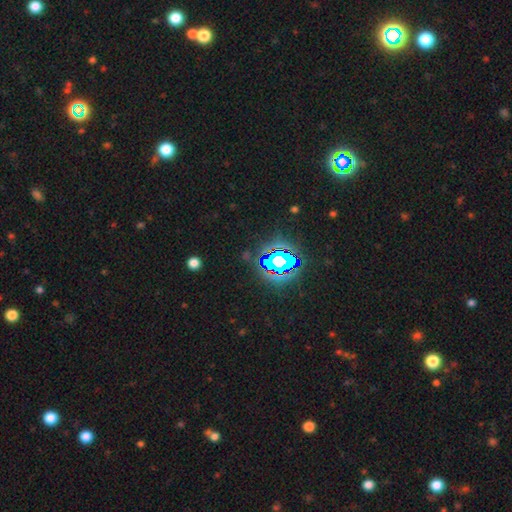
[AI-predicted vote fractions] star or artifact 83%, smooth 11%, featured or disk 6%.